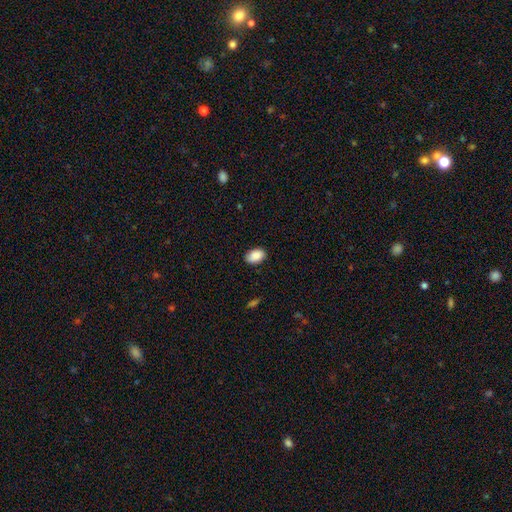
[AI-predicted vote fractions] A smooth galaxy with no disk features (89%) that is in between round and cigar-shaped (90%).

Vote fractions:
- Smooth or featured? smooth: 89% / star or artifact: 7% / featured or disk: 4%
- How rounded? in between: 90% / round: 9% / cigar-shaped: 1%
- Merging? none: 85% / minor disturbance: 12% / major disturbance: 2% / merger: 1%